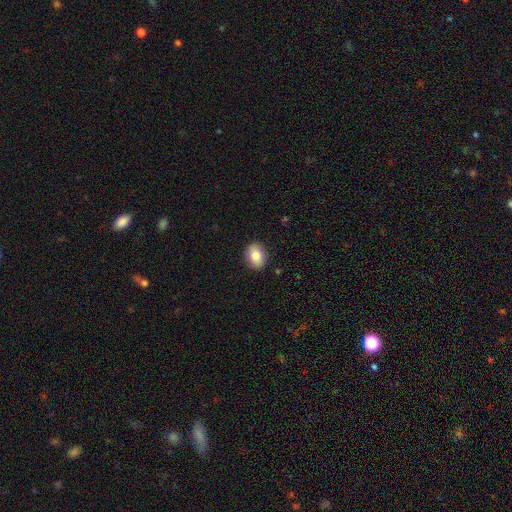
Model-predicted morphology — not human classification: Overall: smooth (83%). How rounded: in between (66%; round 32%). Merging: none (89%).